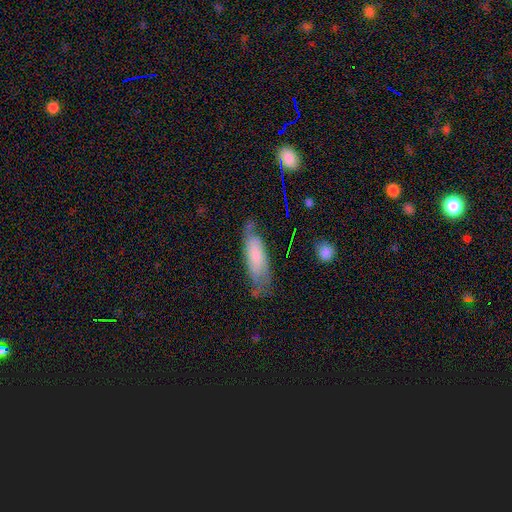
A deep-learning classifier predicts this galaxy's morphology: smooth-or-featured: smooth: 58% | featured or disk: 35% | star or artifact: 7%
  how-rounded: in between: 58% | cigar-shaped: 40% | round: 2%
  merging: none: 57% | minor disturbance: 29% | major disturbance: 10% | merger: 3%